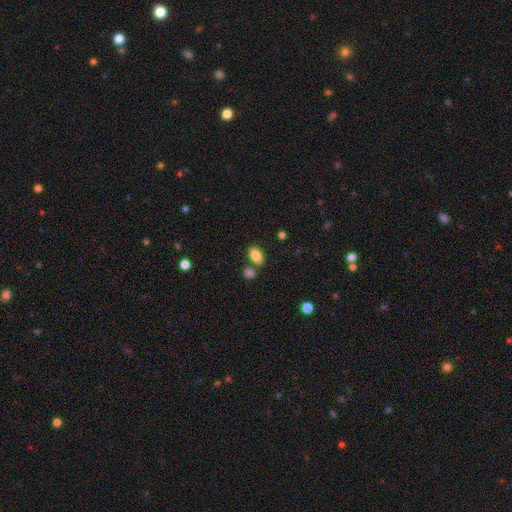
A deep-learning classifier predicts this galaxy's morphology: Smooth or featured?
  - smooth: 84% *
  - star or artifact: 8%
  - featured or disk: 8%
How rounded?
  - in between: 90% *
  - round: 6%
  - cigar-shaped: 4%
Merging?
  - none: 73% *
  - merger: 14%
  - minor disturbance: 11%
  - major disturbance: 3%